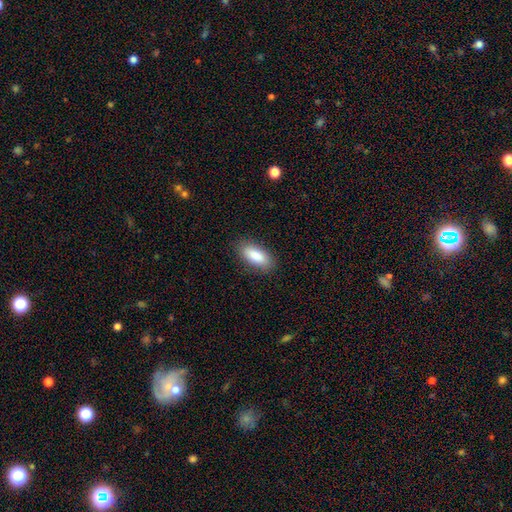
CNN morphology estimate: The model was most divided on "how rounded": in between: 84%, cigar-shaped: 14%, round: 2%. More confident: merging — none (87%); smooth or featured — smooth (86%).